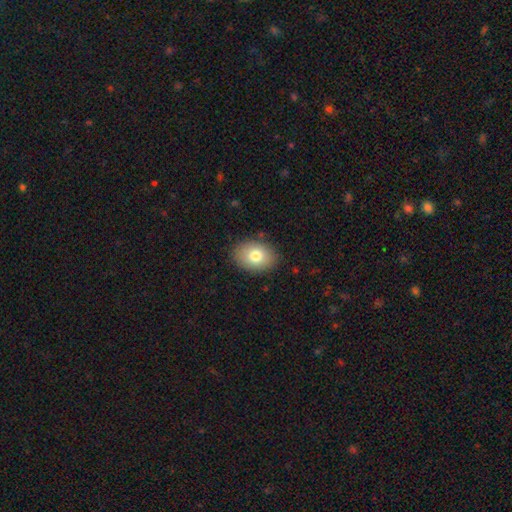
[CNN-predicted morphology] smooth 79%, featured or disk 13%, star or artifact 8%. Down the decision tree: how rounded — in between (75%); merging — none (87%).